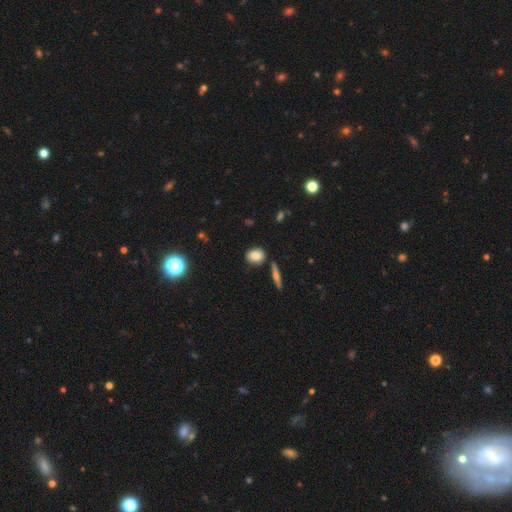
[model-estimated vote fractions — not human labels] This appears to be a smooth galaxy with no disk features (79%) that is in between round and cigar-shaped (52%). Merging: none (81%).